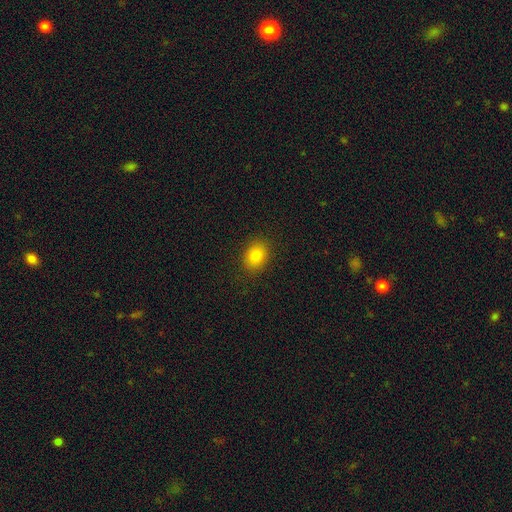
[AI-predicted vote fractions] smooth-or-featured: smooth: 82% | star or artifact: 11% | featured or disk: 8%
  how-rounded: in between: 61% | round: 38% | cigar-shaped: 1%
  merging: none: 88% | minor disturbance: 9% | major disturbance: 2% | merger: 1%